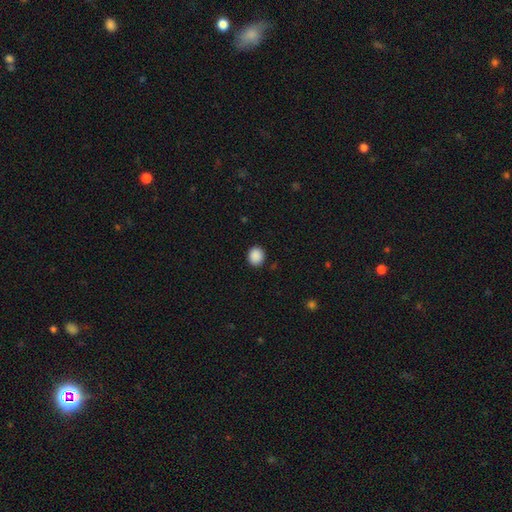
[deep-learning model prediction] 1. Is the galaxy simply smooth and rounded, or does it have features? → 89% smooth, 9% star or artifact, 2% featured or disk.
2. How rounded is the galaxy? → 78% round, 21% in between, 1% cigar-shaped.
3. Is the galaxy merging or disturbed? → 90% none, 7% minor disturbance, 2% major disturbance, 1% merger.